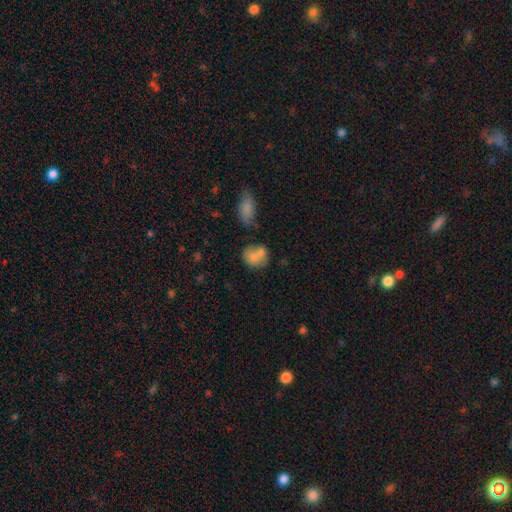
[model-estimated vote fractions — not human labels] Smooth or featured?
  - smooth: 77% *
  - featured or disk: 14%
  - star or artifact: 9%
How rounded?
  - round: 59% *
  - in between: 40%
  - cigar-shaped: 2%
Merging?
  - none: 41% *
  - merger: 35%
  - minor disturbance: 17%
  - major disturbance: 7%